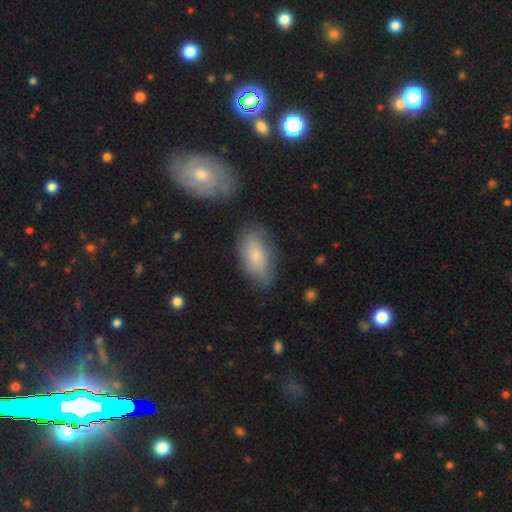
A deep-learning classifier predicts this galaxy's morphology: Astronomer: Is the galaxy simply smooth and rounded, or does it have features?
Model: smooth — 69%.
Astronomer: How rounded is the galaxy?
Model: in between — 91%.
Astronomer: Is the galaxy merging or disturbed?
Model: none — 68%.